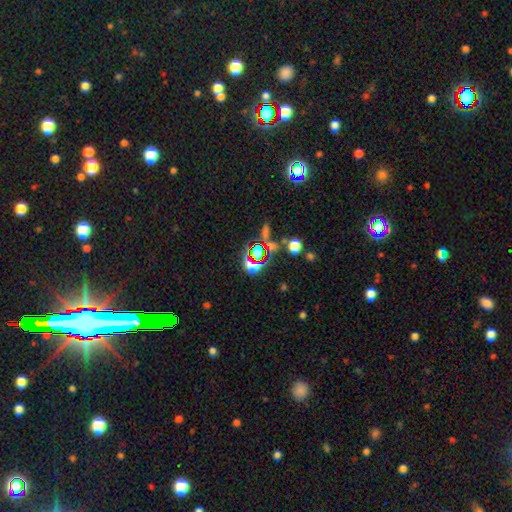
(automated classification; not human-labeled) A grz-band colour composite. It shows a star or artifact, not a galaxy (60%).